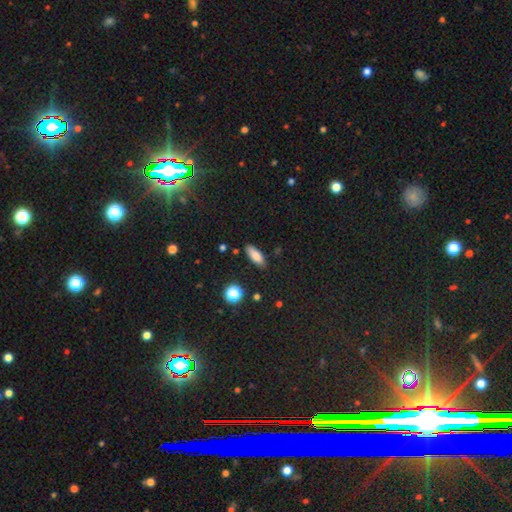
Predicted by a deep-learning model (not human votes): smooth 83%, star or artifact 9%, featured or disk 8%. Down the decision tree: how rounded — in between (72%); merging — none (83%).